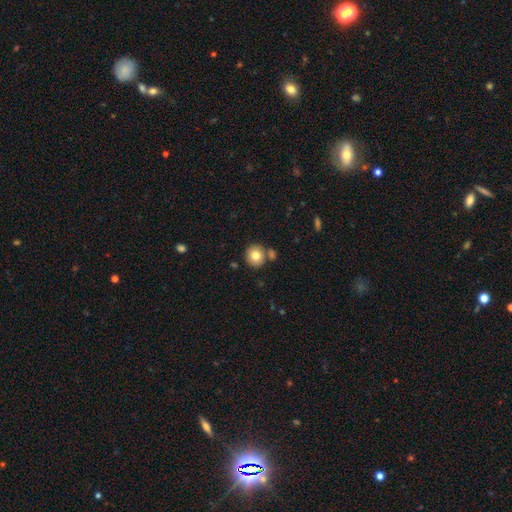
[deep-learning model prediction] smooth_or_featured: smooth (p=0.78) [alt: featured or disk p=0.12]
how_rounded: round (p=0.88) [alt: in between p=0.12]
merging: none (p=0.73) [alt: merger p=0.15]